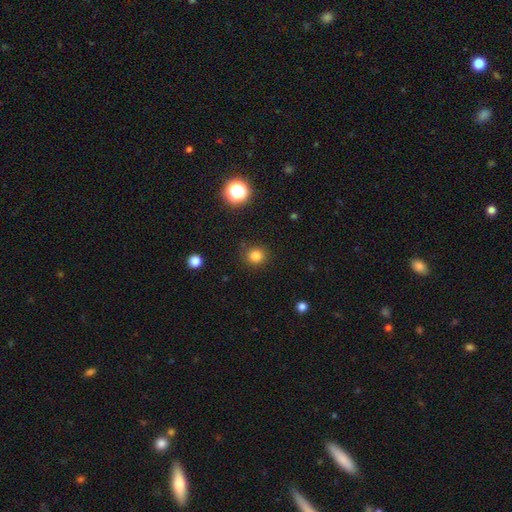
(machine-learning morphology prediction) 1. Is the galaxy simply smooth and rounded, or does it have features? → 81% smooth, 14% star or artifact, 5% featured or disk.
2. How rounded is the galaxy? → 91% round, 8% in between, 1% cigar-shaped.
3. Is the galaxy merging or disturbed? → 87% none, 8% minor disturbance, 3% major disturbance, 2% merger.